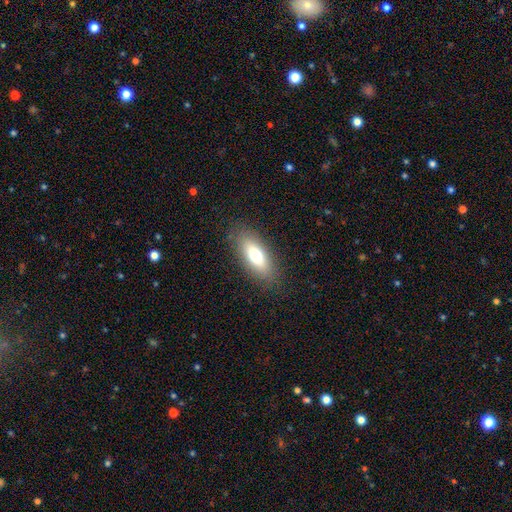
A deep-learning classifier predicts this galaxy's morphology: The model was most divided on "how rounded": in between: 74%, cigar-shaped: 23%, round: 3%. More confident: merging — none (85%); smooth or featured — smooth (72%).